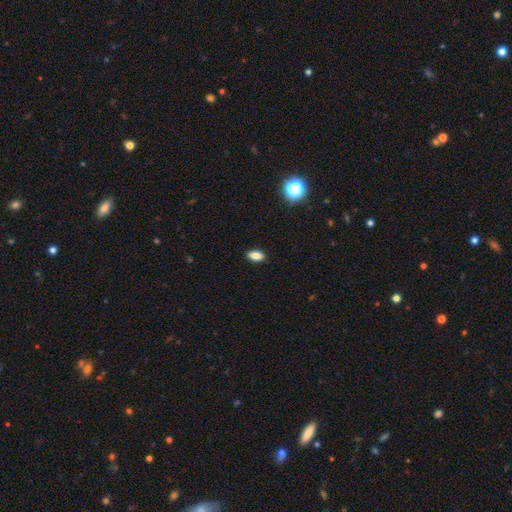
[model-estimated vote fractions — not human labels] Smooth or featured: smooth — 85% (star or artifact — 10%)
How rounded: in between — 87% (cigar-shaped — 7%)
Merging: none — 89% (minor disturbance — 8%)